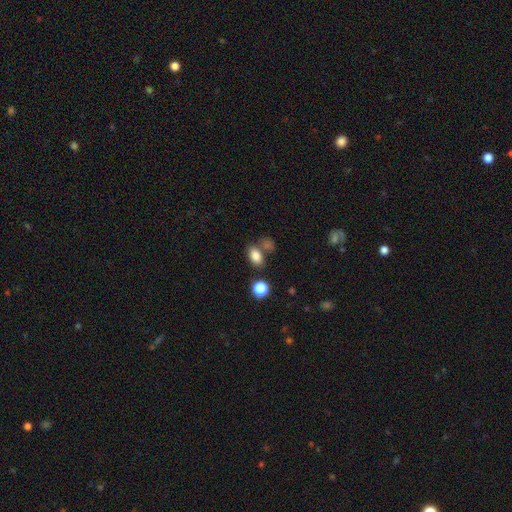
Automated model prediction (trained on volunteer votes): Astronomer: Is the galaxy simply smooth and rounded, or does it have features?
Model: smooth — 82%.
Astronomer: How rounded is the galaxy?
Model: in between — 79%.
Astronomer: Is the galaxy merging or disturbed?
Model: none — 62%.